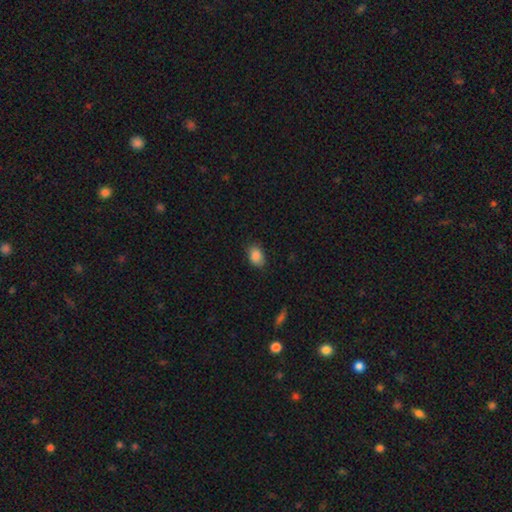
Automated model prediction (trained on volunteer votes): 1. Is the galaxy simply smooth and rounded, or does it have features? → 87% smooth, 8% star or artifact, 5% featured or disk.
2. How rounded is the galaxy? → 85% in between, 14% round, 1% cigar-shaped.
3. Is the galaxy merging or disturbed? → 83% none, 13% minor disturbance, 3% major disturbance, 1% merger.